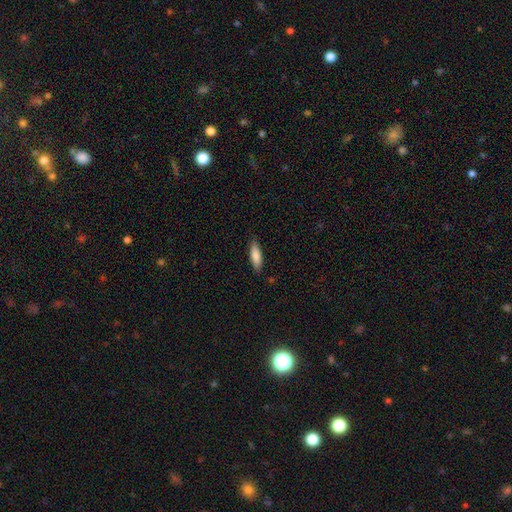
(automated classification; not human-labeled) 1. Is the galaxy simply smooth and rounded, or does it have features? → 82% smooth, 12% featured or disk, 6% star or artifact.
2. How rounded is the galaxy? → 55% cigar-shaped, 43% in between, 2% round.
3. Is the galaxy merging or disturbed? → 86% none, 11% minor disturbance, 2% major disturbance, 1% merger.